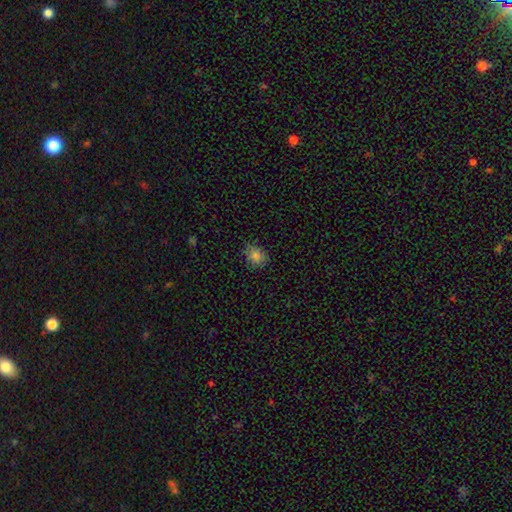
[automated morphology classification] Q: Smooth or featured?
A: smooth (84%); runner-up: star or artifact (11%)
Q: How rounded?
A: round (51%); runner-up: in between (48%)
Q: Merging?
A: none (81%); runner-up: minor disturbance (15%)